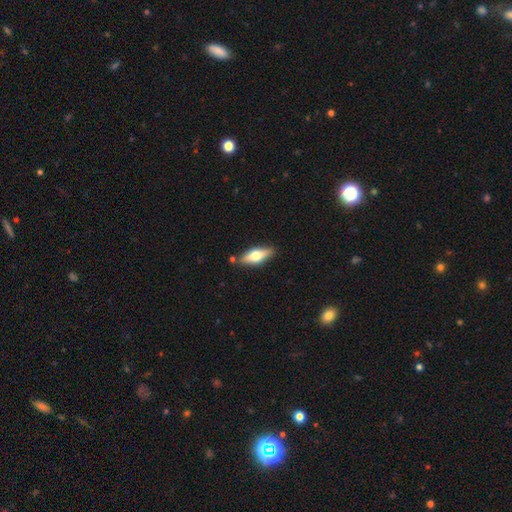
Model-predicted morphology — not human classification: smooth_or_featured: smooth (p=0.49) [alt: featured or disk p=0.45]
merging: none (p=0.84) [alt: minor disturbance p=0.11]